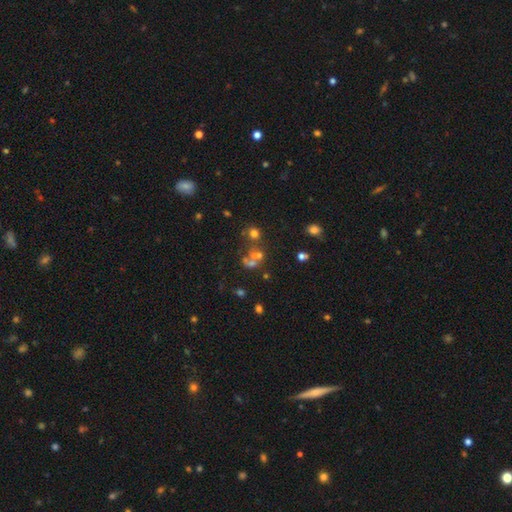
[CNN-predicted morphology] smooth-or-featured: smooth: 45% | featured or disk: 28% | star or artifact: 27%
  merging: merger: 44% | none: 35% | major disturbance: 11% | minor disturbance: 10%